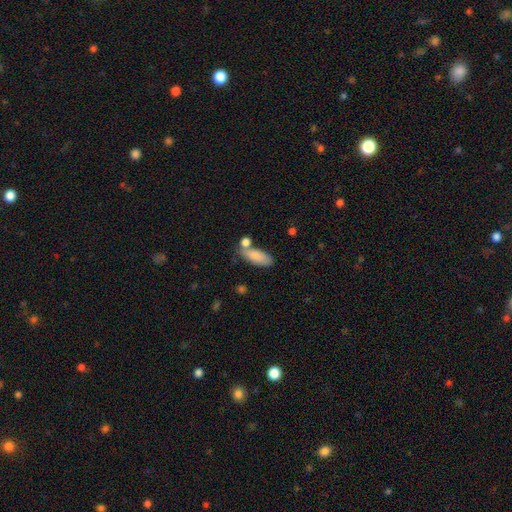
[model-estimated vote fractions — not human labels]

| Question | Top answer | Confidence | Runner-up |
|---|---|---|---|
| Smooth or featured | smooth | 84% | featured or disk (9%) |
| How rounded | in between | 78% | cigar-shaped (20%) |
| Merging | none | 56% | merger (22%) |